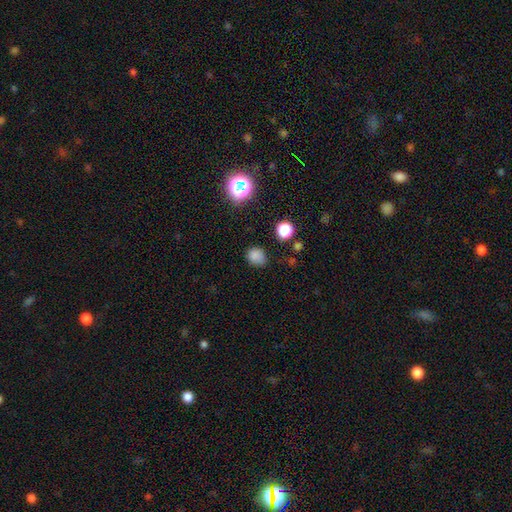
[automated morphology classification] Smooth or featured?
  - smooth: 78% *
  - star or artifact: 17%
  - featured or disk: 5%
How rounded?
  - round: 67% *
  - in between: 32%
  - cigar-shaped: 1%
Merging?
  - none: 71% *
  - minor disturbance: 21%
  - major disturbance: 5%
  - merger: 3%